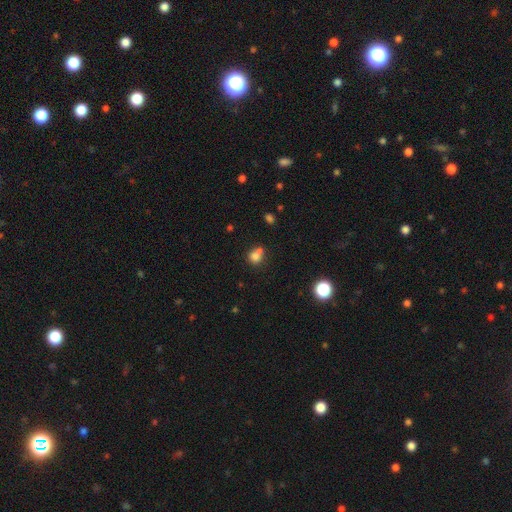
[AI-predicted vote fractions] A smooth galaxy with no disk features (78%) that is round (74%).

Vote fractions:
- Smooth or featured? smooth: 78% / star or artifact: 13% / featured or disk: 9%
- How rounded? round: 74% / in between: 25% / cigar-shaped: 1%
- Merging? none: 43% / merger: 38% / minor disturbance: 13% / major disturbance: 6%